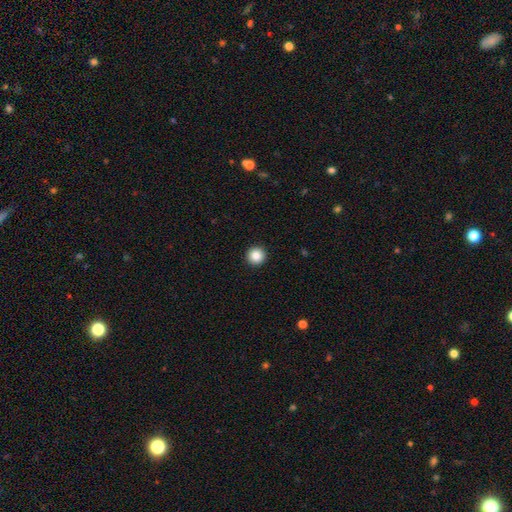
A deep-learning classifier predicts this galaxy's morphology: Overall: smooth (86%). How rounded: round (96%). Merging: none (94%).